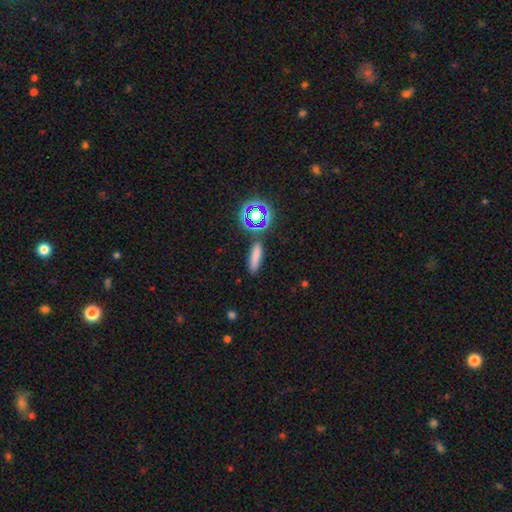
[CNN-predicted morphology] smooth 73%, star or artifact 17%, featured or disk 9%. Down the decision tree: how rounded — cigar-shaped (66%); merging — none (81%).